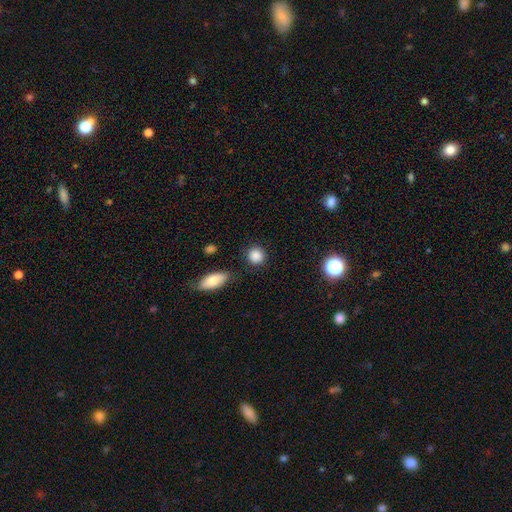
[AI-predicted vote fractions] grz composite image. It shows a smooth galaxy with no disk features (86%) that is round (88%). Merging: none (85%).